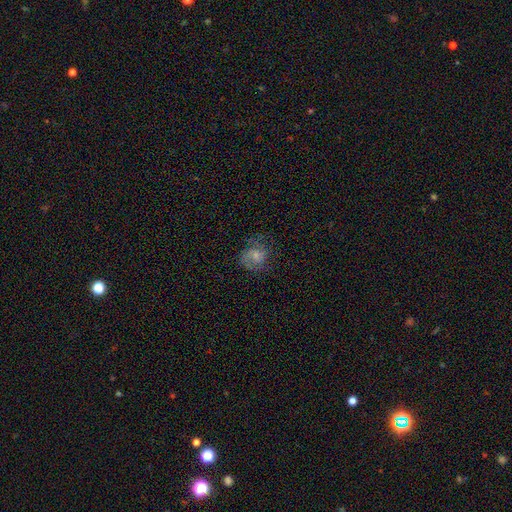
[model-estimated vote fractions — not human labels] Smooth or featured: featured or disk — 50% (smooth — 40%)
Edge-on disk: no — 98% (yes — 2%)
Merging: none — 63% (minor disturbance — 22%)